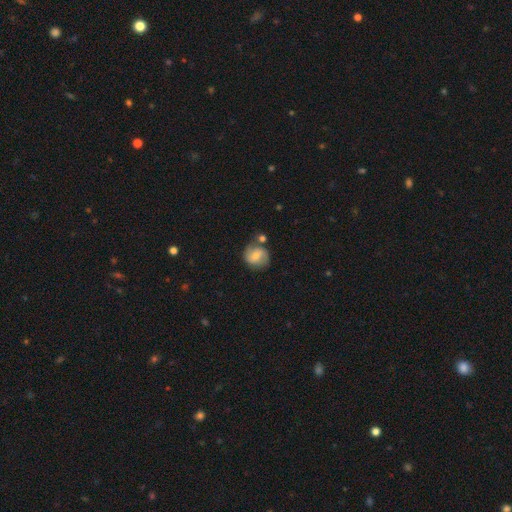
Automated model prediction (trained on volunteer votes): Smooth or featured: smooth — 54% (featured or disk — 38%)
How rounded: round — 80% (in between — 19%)
Merging: none — 64% (minor disturbance — 18%)